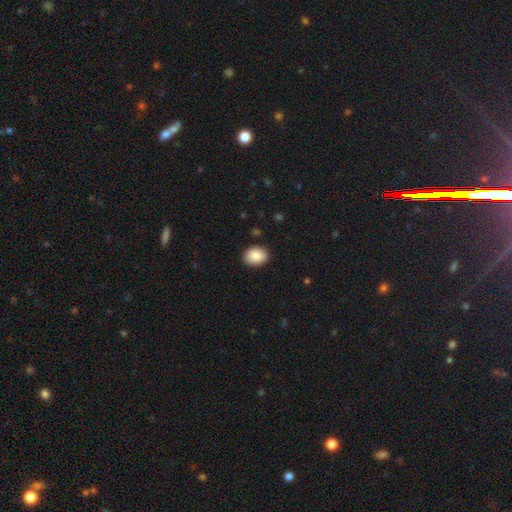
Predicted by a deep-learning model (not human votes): The model was most divided on "how rounded": in between: 64%, round: 35%, cigar-shaped: 1%. More confident: merging — none (89%); smooth or featured — smooth (88%).